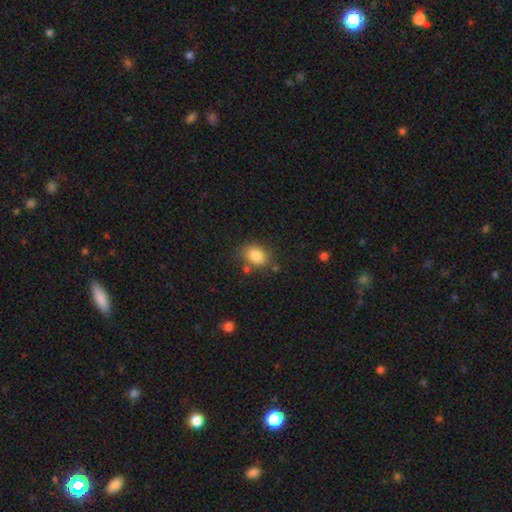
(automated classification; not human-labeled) Smooth or featured: smooth — 85% (star or artifact — 9%)
How rounded: in between — 79% (round — 20%)
Merging: none — 73% (minor disturbance — 16%)